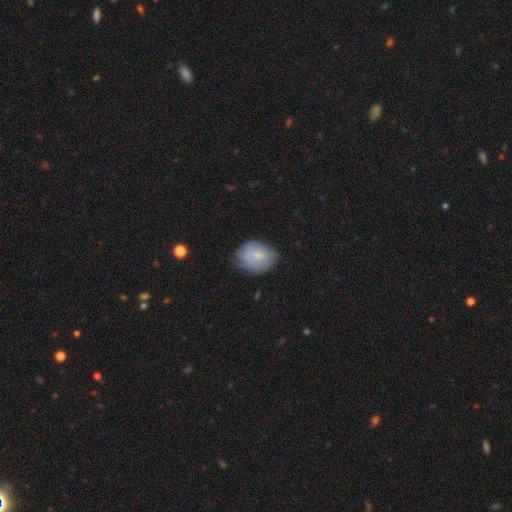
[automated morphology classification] Smooth or featured? smooth (65%)
How rounded? in between (64%)
Merging? none (61%)